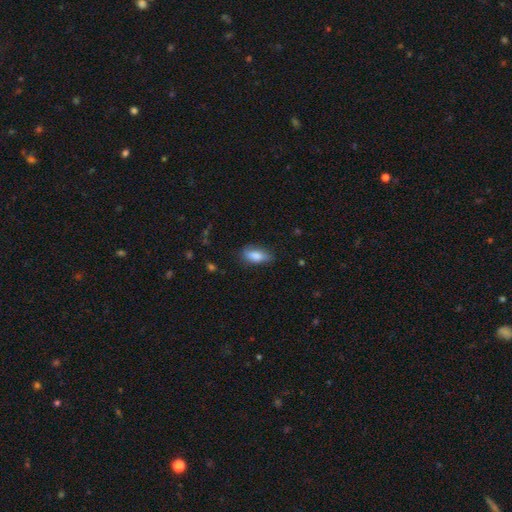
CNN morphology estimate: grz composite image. It shows a smooth galaxy with no disk features (81%) that is in between round and cigar-shaped (80%). Merging: none (71%).